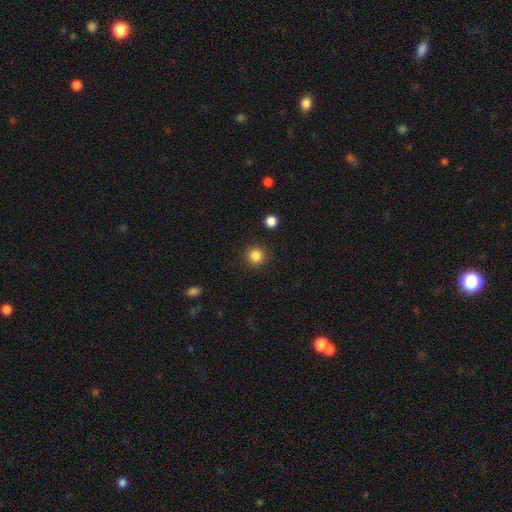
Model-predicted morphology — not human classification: Q: Smooth or featured?
A: smooth (85%); runner-up: star or artifact (11%)
Q: How rounded?
A: round (93%); runner-up: in between (6%)
Q: Merging?
A: none (90%); runner-up: minor disturbance (6%)